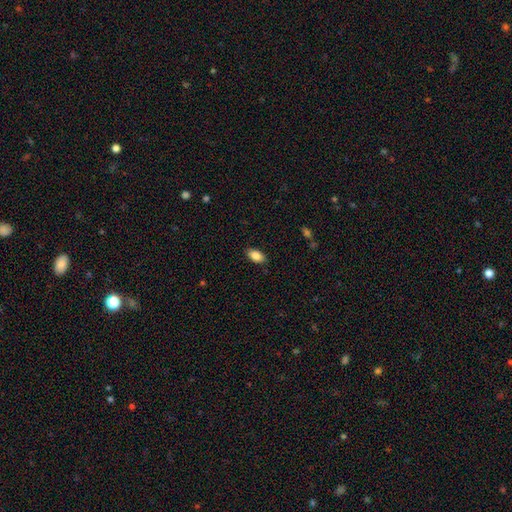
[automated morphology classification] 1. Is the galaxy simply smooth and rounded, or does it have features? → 87% smooth, 7% star or artifact, 6% featured or disk.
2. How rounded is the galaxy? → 92% in between, 4% round, 4% cigar-shaped.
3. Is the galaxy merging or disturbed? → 87% none, 10% minor disturbance, 2% major disturbance, 1% merger.